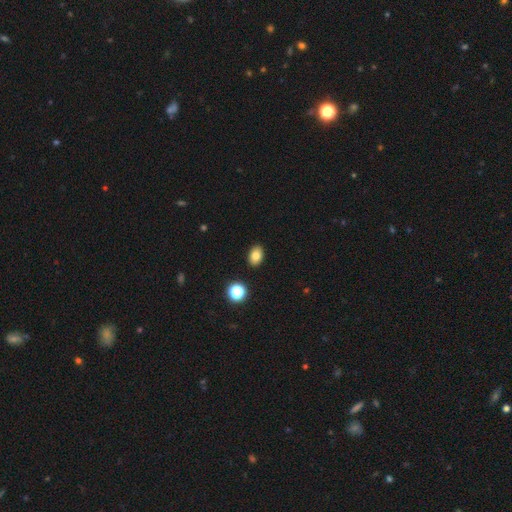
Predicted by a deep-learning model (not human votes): Overall: smooth (81%). How rounded: in between (82%). Merging: none (89%).